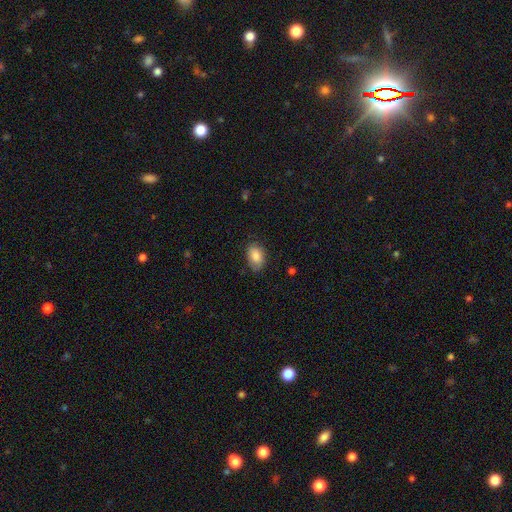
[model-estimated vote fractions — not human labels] Smooth or featured? Predicted: smooth (p=0.83). How rounded? Predicted: in between (p=0.88). Merging? Predicted: none (p=0.77).